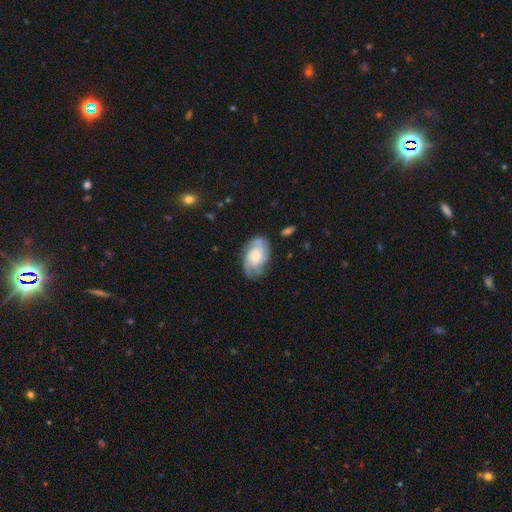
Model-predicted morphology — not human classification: Smooth or featured? Predicted: featured or disk (p=0.68). Edge-on disk? Predicted: no (p=0.96). Bar? Predicted: no (p=0.73). Spiral arms? Predicted: yes (p=0.91). Spiral winding? Predicted: tight (p=0.51). Spiral arm count? Predicted: can't tell (p=0.35). Bulge size? Predicted: moderate (p=0.48). Merging? Predicted: none (p=0.68).